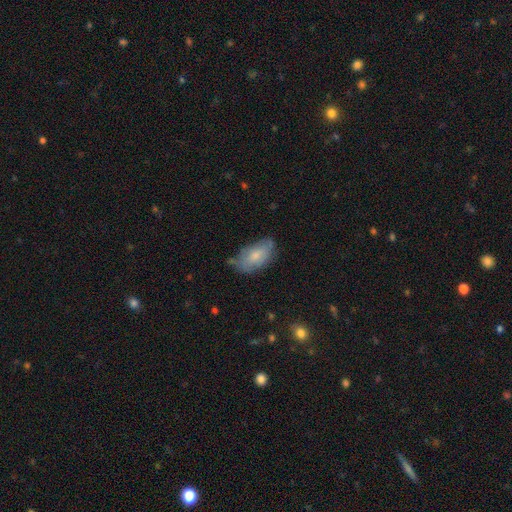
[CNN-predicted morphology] The model was most divided on "merging": none: 58%, minor disturbance: 31%, major disturbance: 8%, merger: 3%. More confident: how rounded — in between (92%); smooth or featured — smooth (70%).